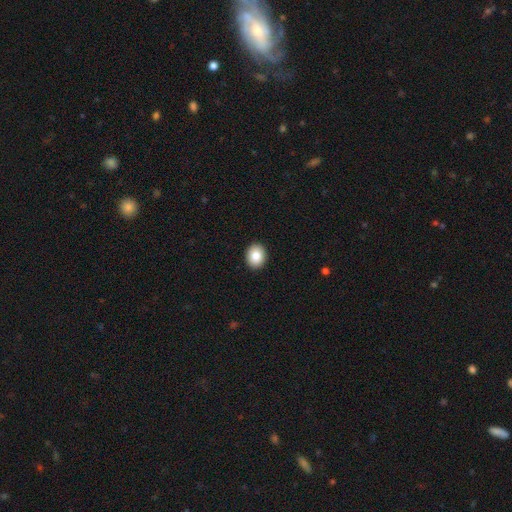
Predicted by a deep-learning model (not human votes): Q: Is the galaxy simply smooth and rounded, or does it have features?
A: smooth — 86%.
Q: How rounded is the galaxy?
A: round — 52%.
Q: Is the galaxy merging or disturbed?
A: none — 92%.